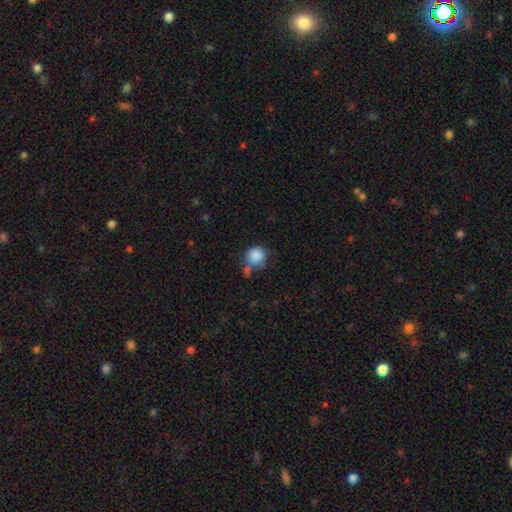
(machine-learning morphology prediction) smooth 86%, star or artifact 9%, featured or disk 5%. Down the decision tree: how rounded — round (87%); merging — none (55%).